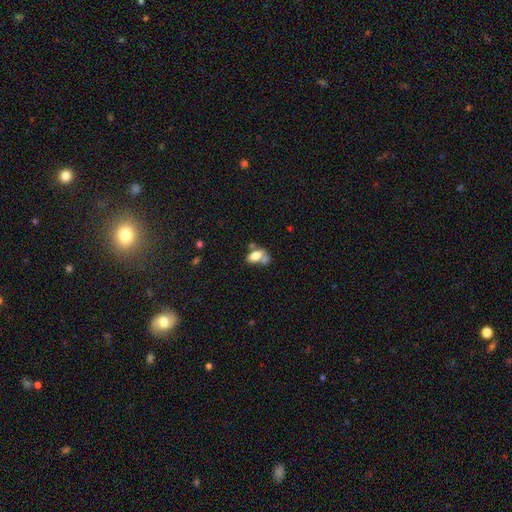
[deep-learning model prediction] smooth_or_featured: smooth (p=0.70) [alt: featured or disk p=0.20]
how_rounded: in between (p=0.87) [alt: round p=0.09]
merging: merger (p=0.38) [alt: none p=0.30]